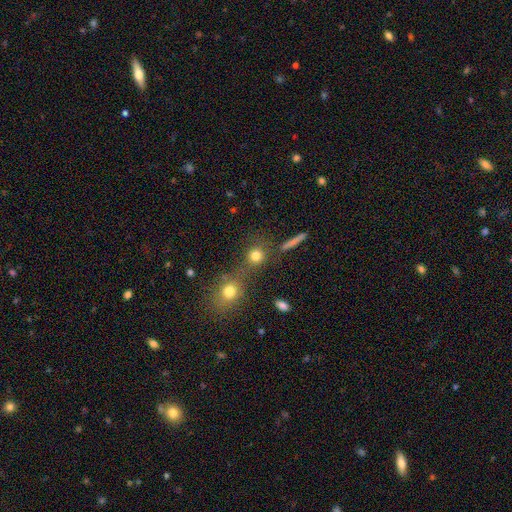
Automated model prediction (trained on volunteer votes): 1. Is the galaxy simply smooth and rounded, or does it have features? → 78% smooth, 14% star or artifact, 8% featured or disk.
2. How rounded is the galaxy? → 87% round, 11% in between, 3% cigar-shaped.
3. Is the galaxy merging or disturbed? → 62% none, 26% merger, 8% minor disturbance, 4% major disturbance.